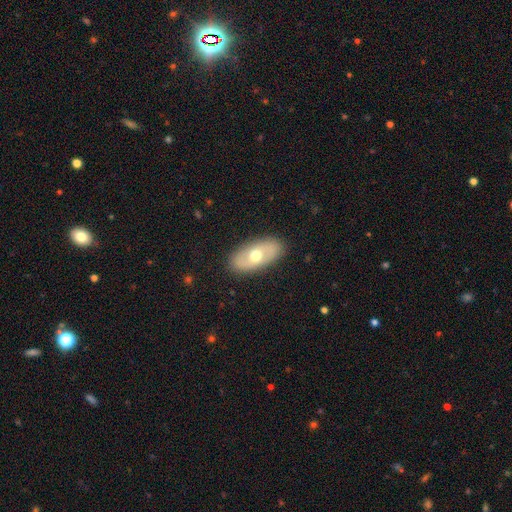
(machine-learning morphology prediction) Smooth or featured?
  - smooth: 49% *
  - featured or disk: 45%
  - star or artifact: 6%
Merging?
  - none: 87% *
  - minor disturbance: 10%
  - major disturbance: 3%
  - merger: 1%